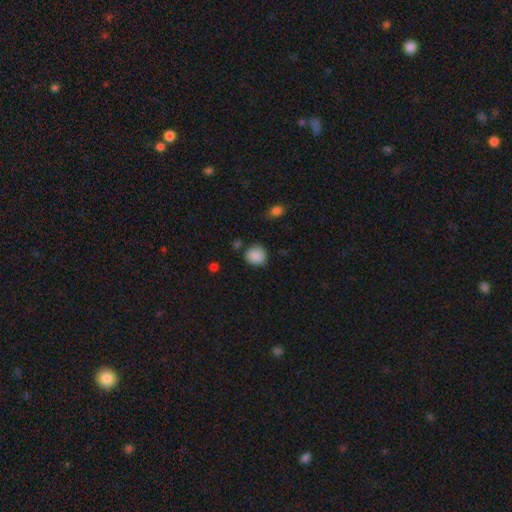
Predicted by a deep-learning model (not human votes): smooth-or-featured: smooth: 88% | star or artifact: 9% | featured or disk: 3%
  how-rounded: round: 78% | in between: 21% | cigar-shaped: 1%
  merging: none: 76% | minor disturbance: 16% | major disturbance: 4% | merger: 3%